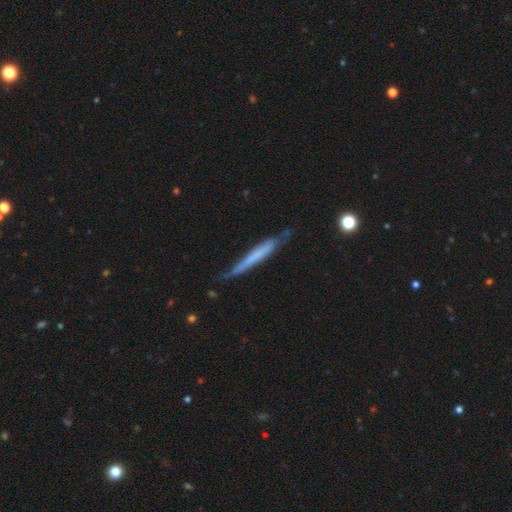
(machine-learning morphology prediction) Smooth or featured? smooth (50%)
Merging? none (68%)